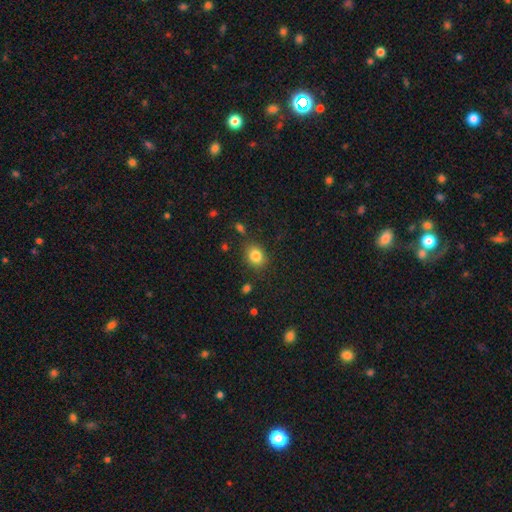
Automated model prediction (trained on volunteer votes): Smooth or featured? Predicted: smooth (p=0.84). How rounded? Predicted: round (p=0.50). Merging? Predicted: none (p=0.81).